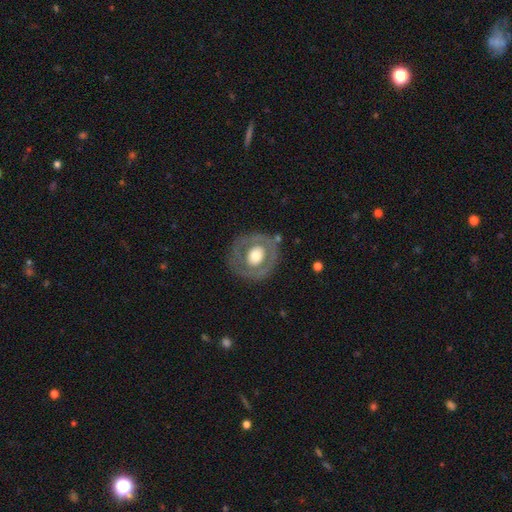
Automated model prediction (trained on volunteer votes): This appears to be a featured or disk galaxy (54%) with no bar (84%), no spiral arms (86%) and a moderate central bulge (48%). Merging: none (75%).